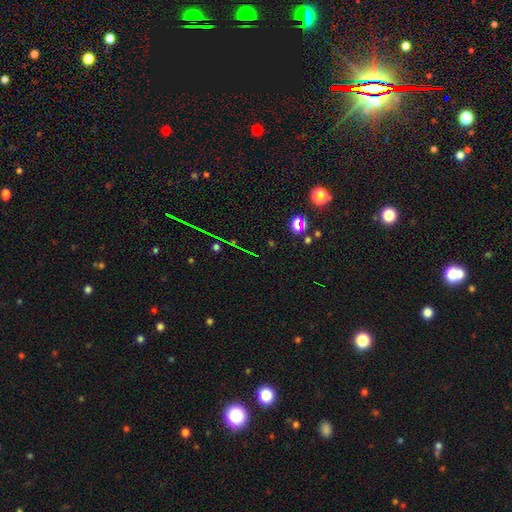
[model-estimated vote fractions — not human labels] Smooth or featured? star or artifact (72%)